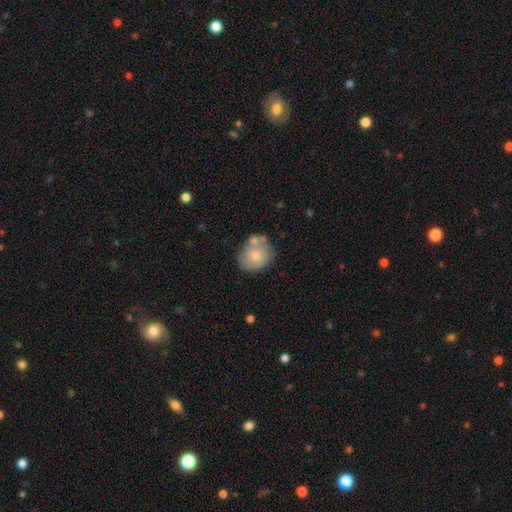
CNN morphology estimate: Smooth or featured? Predicted: smooth (p=0.68). How rounded? Predicted: round (p=0.65). Merging? Predicted: none (p=0.53).